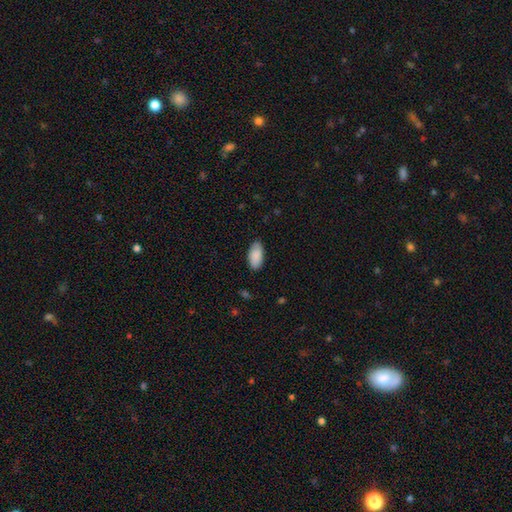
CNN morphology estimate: Smooth or featured: smooth — 90% (star or artifact — 6%)
How rounded: in between — 94% (cigar-shaped — 4%)
Merging: none — 85% (minor disturbance — 12%)